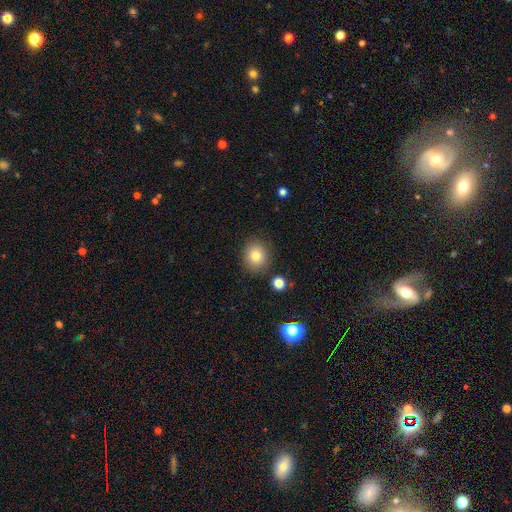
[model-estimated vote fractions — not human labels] smooth_or_featured: smooth (p=0.81) [alt: star or artifact p=0.10]
how_rounded: round (p=0.78) [alt: in between p=0.21]
merging: none (p=0.84) [alt: minor disturbance p=0.10]